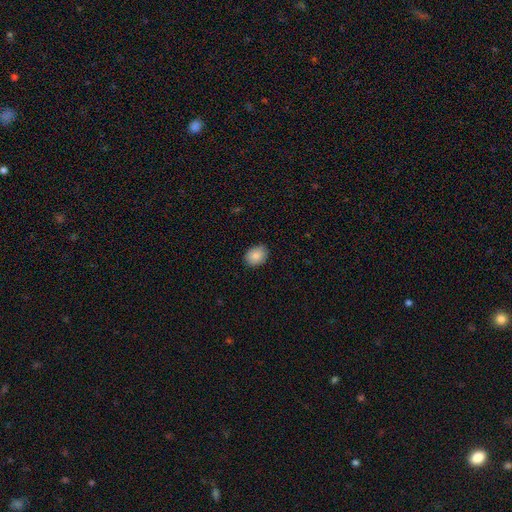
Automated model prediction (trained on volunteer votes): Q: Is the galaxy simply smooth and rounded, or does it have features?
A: smooth — 87%.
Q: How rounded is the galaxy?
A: in between — 60%.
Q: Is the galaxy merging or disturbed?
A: none — 85%.